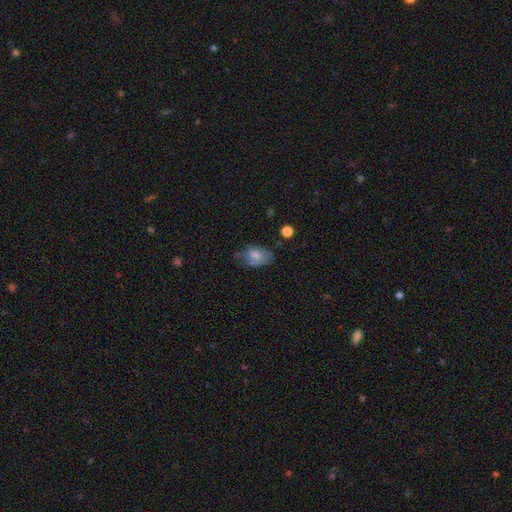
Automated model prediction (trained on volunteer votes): This is likely a smooth galaxy (73%). How rounded: clearly in between (85%). Merging: possibly none (47%).